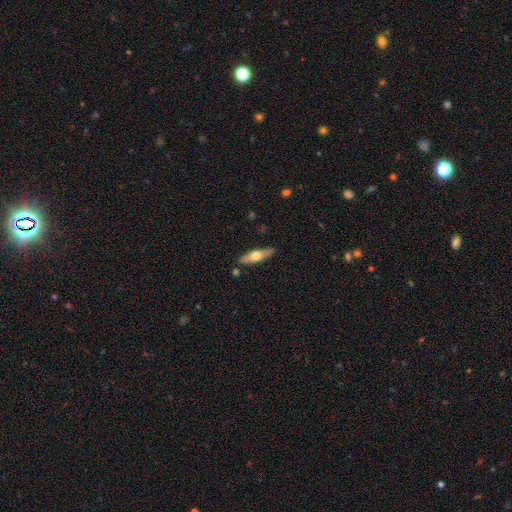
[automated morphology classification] Smooth or featured: featured or disk — 50% (smooth — 45%)
Edge-on disk: yes — 86% (no — 14%)
Merging: none — 86% (minor disturbance — 9%)